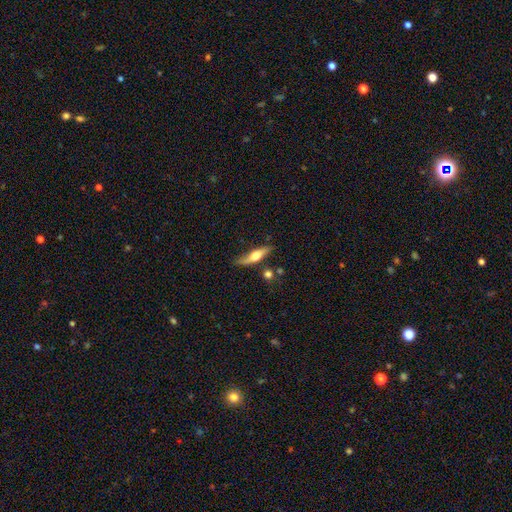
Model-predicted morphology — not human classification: Smooth or featured? Predicted: featured or disk (p=0.56). Edge-on disk? Predicted: yes (p=0.87). Merging? Predicted: none (p=0.69).